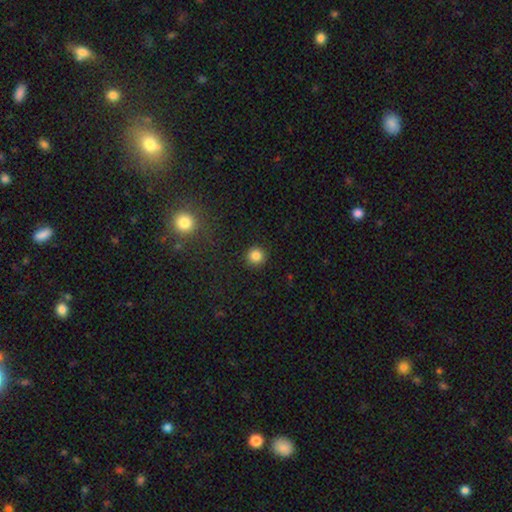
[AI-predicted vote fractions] This is clearly a smooth galaxy (84%). How rounded: clearly round (94%). Merging: clearly none (91%).